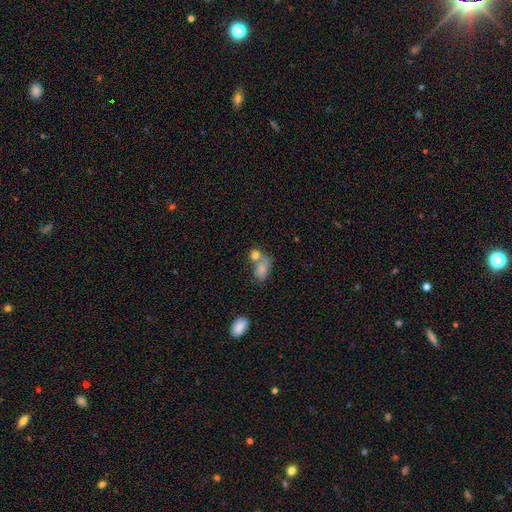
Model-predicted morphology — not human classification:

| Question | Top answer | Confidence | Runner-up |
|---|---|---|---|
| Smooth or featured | smooth | 74% | featured or disk (15%) |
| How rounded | in between | 57% | round (40%) |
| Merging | merger | 53% | none (29%) |